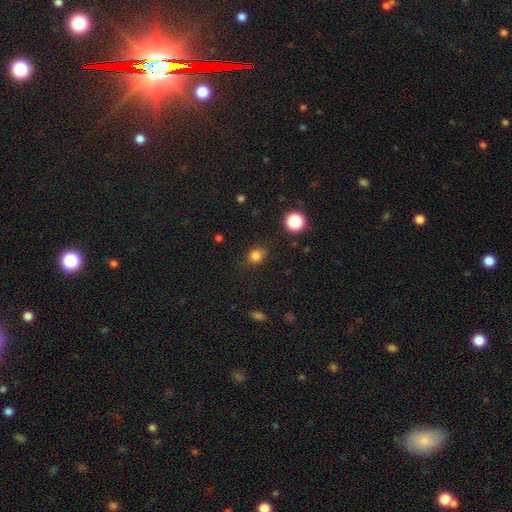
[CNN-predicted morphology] This appears to be a smooth galaxy with no disk features (81%) that is round (74%). Merging: none (82%).